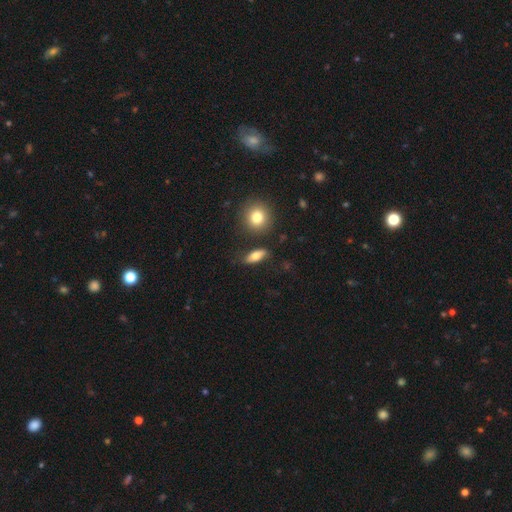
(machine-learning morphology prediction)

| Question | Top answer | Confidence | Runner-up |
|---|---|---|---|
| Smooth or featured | smooth | 74% | featured or disk (18%) |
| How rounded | in between | 71% | cigar-shaped (21%) |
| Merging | none | 78% | minor disturbance (14%) |